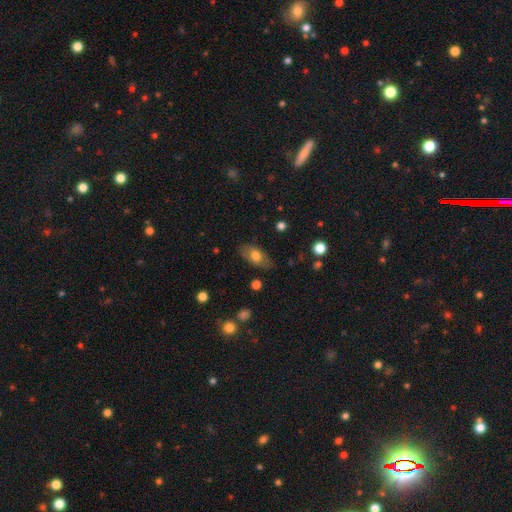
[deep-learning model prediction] This appears to be a smooth galaxy with no disk features (67%) that is in between round and cigar-shaped (89%). Merging: none (78%).